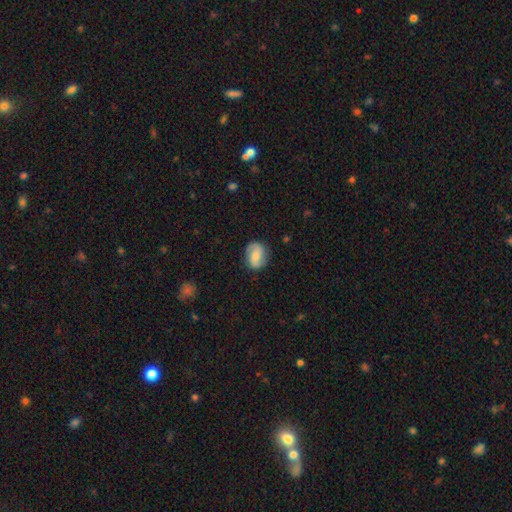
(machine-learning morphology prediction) This is possibly a featured or disk galaxy (47%). Merging: likely none (79%).